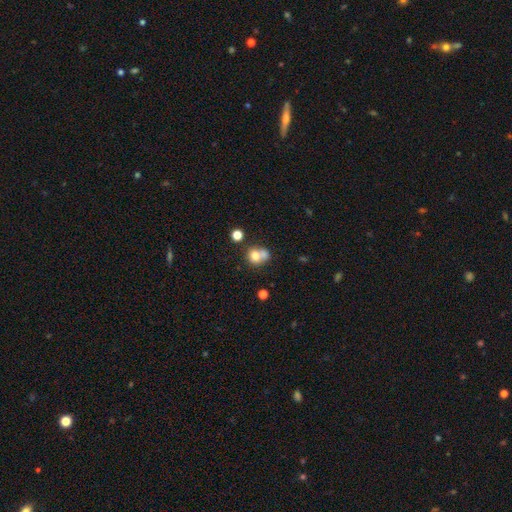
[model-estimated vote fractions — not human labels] Smooth or featured: smooth — 73% (featured or disk — 16%)
How rounded: round — 70% (in between — 29%)
Merging: merger — 50% (none — 34%)